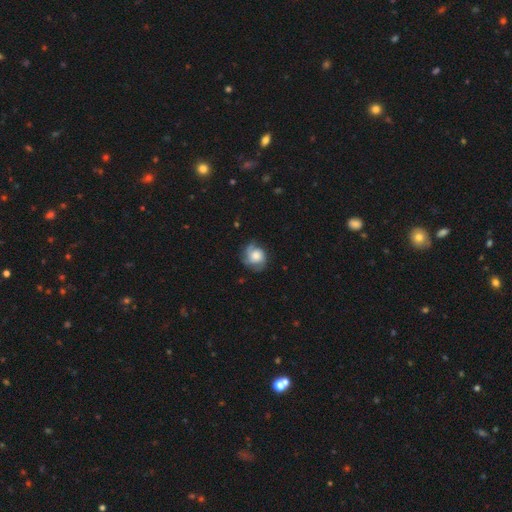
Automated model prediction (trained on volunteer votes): Smooth or featured? featured or disk (51%)
Edge-on disk? no (97%)
Merging? none (65%)